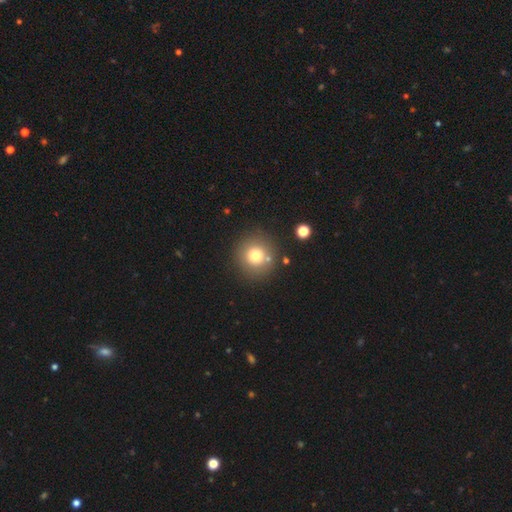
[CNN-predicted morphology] Smooth or featured? smooth (75%)
How rounded? round (94%)
Merging? none (83%)